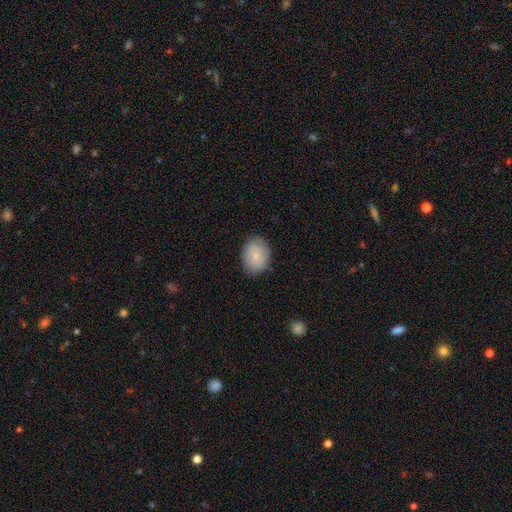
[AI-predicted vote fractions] This is clearly a smooth galaxy (81%). How rounded: likely in between (65%). Merging: clearly none (83%).